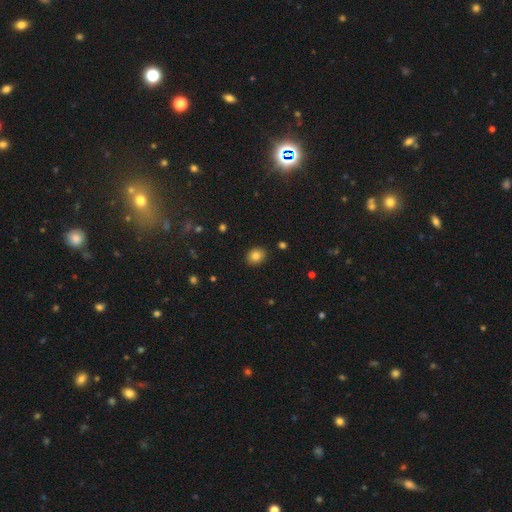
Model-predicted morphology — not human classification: smooth-or-featured: smooth: 84% | star or artifact: 10% | featured or disk: 6%
  how-rounded: in between: 50% | round: 49% | cigar-shaped: 1%
  merging: none: 89% | minor disturbance: 8% | major disturbance: 2% | merger: 1%